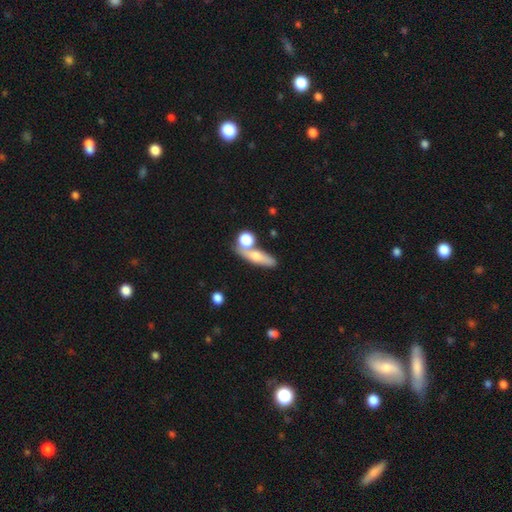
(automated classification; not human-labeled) Smooth or featured: smooth — 60% (featured or disk — 31%)
How rounded: cigar-shaped — 51% (in between — 36%)
Merging: none — 56% (merger — 24%)